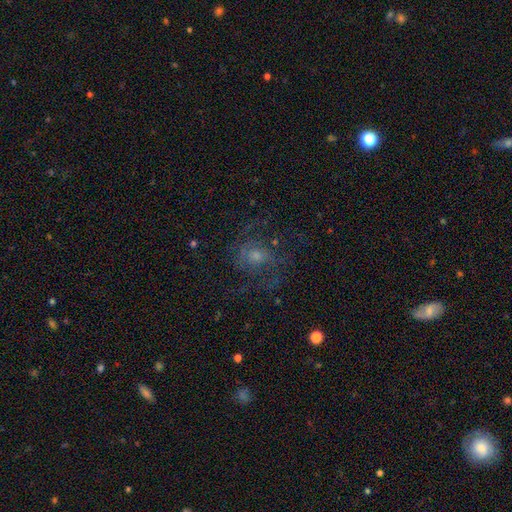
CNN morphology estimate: Smooth or featured: featured or disk — 65% (smooth — 19%)
Edge-on disk: no — 97% (yes — 3%)
Bar: no — 69% (weak — 27%)
Spiral arms: yes — 84% (no — 16%)
Spiral winding: medium — 50% (loose — 26%)
Spiral arm count: 2 — 47% (can't tell — 27%)
Bulge size: moderate — 46% (small — 42%)
Merging: none — 62% (major disturbance — 20%)